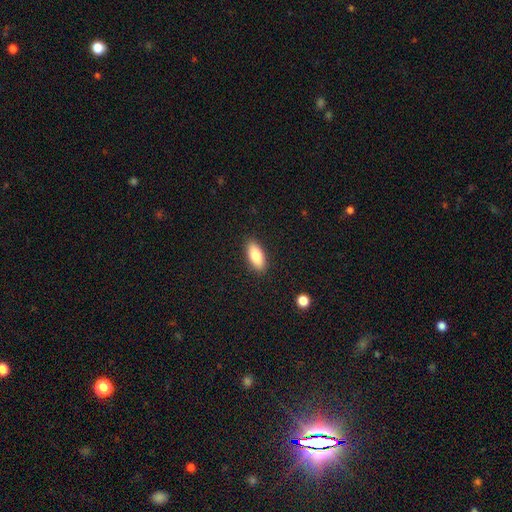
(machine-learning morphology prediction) type=smooth (82%); roundness=in between (82%); merging=none (89%).